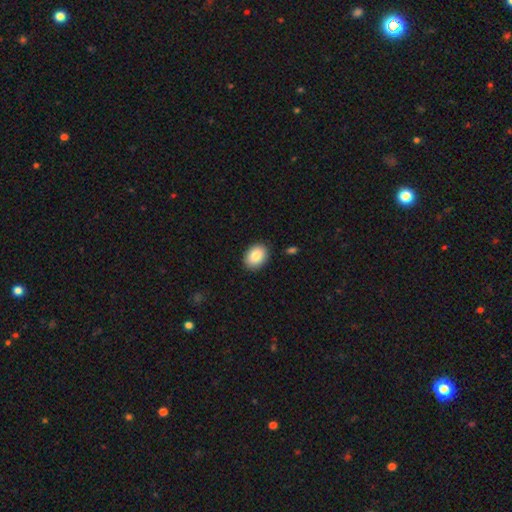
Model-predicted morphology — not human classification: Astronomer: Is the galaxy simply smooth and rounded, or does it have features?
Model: smooth — 86%.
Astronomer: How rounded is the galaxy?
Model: in between — 71%.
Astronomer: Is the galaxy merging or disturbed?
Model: none — 88%.